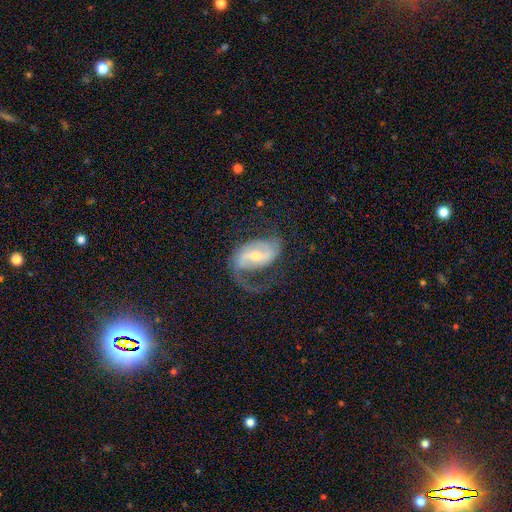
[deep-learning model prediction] featured or disk 82%, smooth 12%, star or artifact 6%. Down the decision tree: edge-on disk — no (96%); bar — weak (43%); spiral arms — yes (93%); spiral arm count — 2 (59%); spiral winding — loose (47%); bulge size — moderate (51%); merging — none (46%).